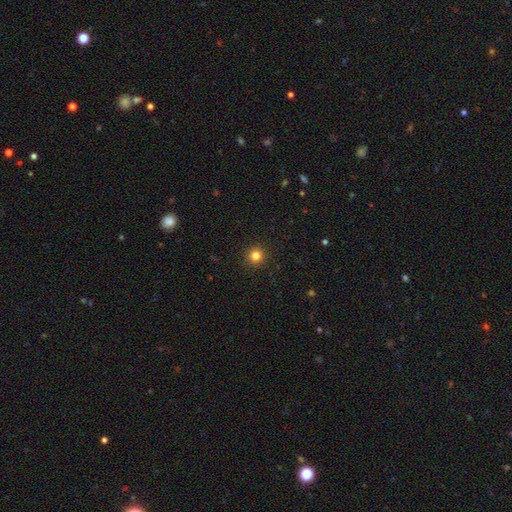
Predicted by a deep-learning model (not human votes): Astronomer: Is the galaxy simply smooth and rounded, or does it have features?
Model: smooth — 82%.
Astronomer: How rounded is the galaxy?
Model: round — 95%.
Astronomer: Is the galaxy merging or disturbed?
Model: none — 93%.